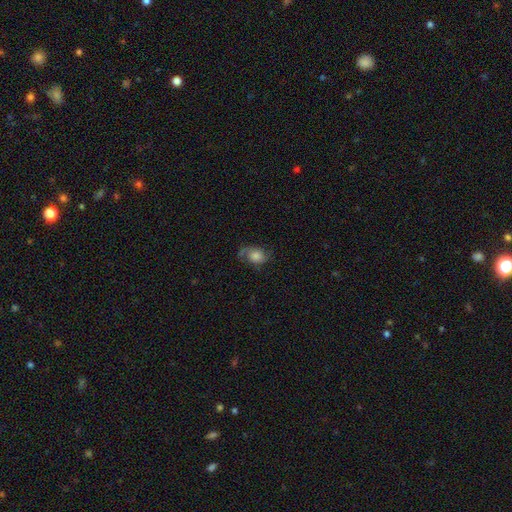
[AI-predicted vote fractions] smooth_or_featured: smooth (p=0.46) [alt: featured or disk p=0.43]
merging: none (p=0.56) [alt: minor disturbance p=0.25]